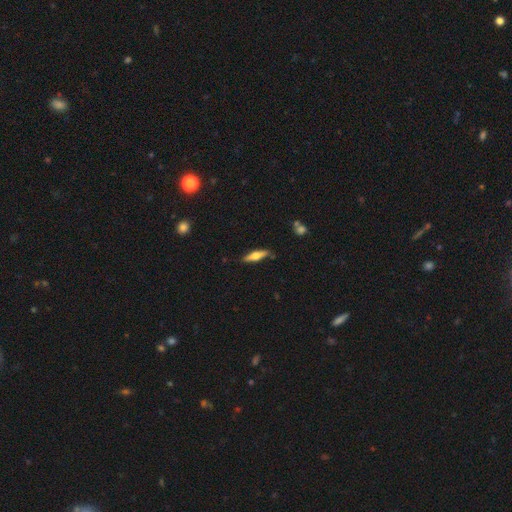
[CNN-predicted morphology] This appears to be a featured or disk galaxy (49%). Merging: none (83%).